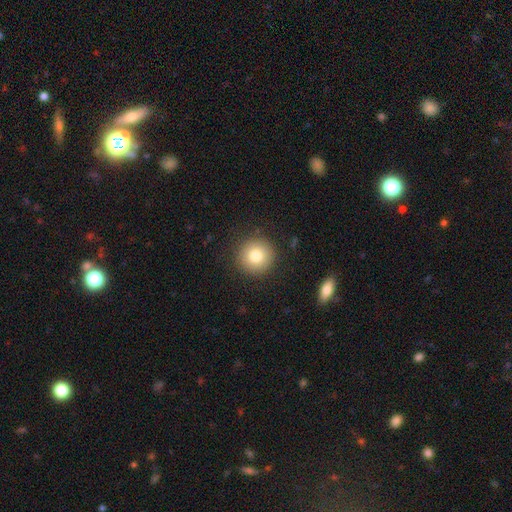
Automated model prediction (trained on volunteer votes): A smooth galaxy with no disk features (80%) that is round (95%).

Vote fractions:
- Smooth or featured? smooth: 80% / star or artifact: 11% / featured or disk: 10%
- How rounded? round: 95% / in between: 4% / cigar-shaped: 1%
- Merging? none: 90% / minor disturbance: 6% / major disturbance: 2% / merger: 1%